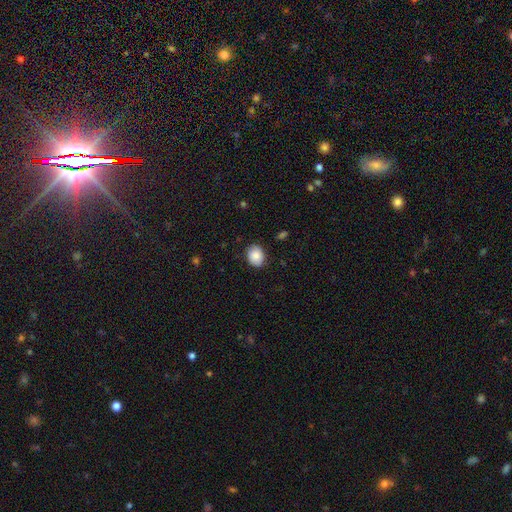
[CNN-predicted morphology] smooth-or-featured: smooth: 87% | star or artifact: 7% | featured or disk: 5%
  how-rounded: in between: 57% | round: 42% | cigar-shaped: 1%
  merging: none: 87% | minor disturbance: 10% | major disturbance: 2% | merger: 1%